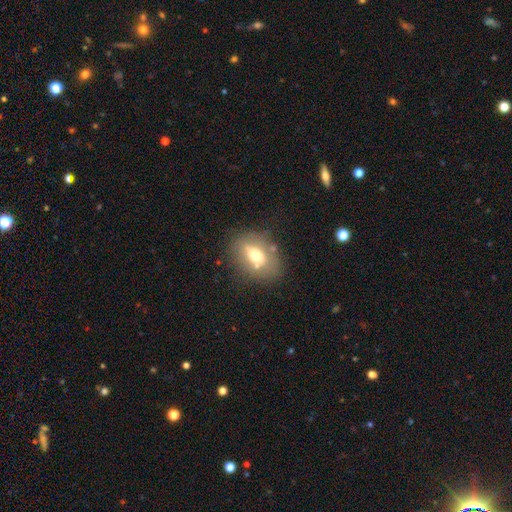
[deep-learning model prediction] smooth_or_featured: smooth (p=0.57) [alt: featured or disk p=0.33]
how_rounded: in between (p=0.66) [alt: round p=0.32]
merging: none (p=0.68) [alt: minor disturbance p=0.16]